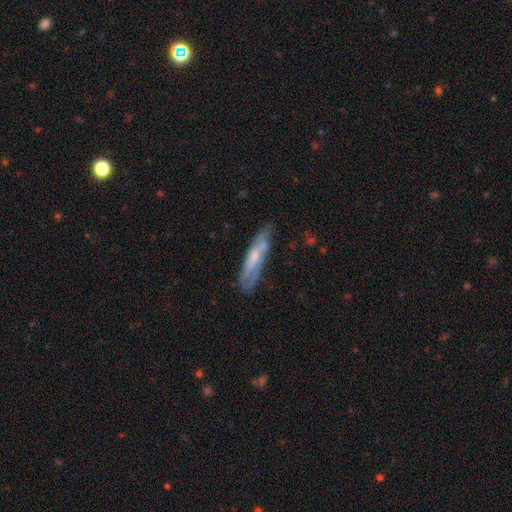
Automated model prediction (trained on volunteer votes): Smooth or featured?
  - featured or disk: 53% *
  - smooth: 40%
  - star or artifact: 7%
Edge-on disk?
  - yes: 56% *
  - no: 44%
Merging?
  - none: 66% *
  - minor disturbance: 24%
  - major disturbance: 7%
  - merger: 4%